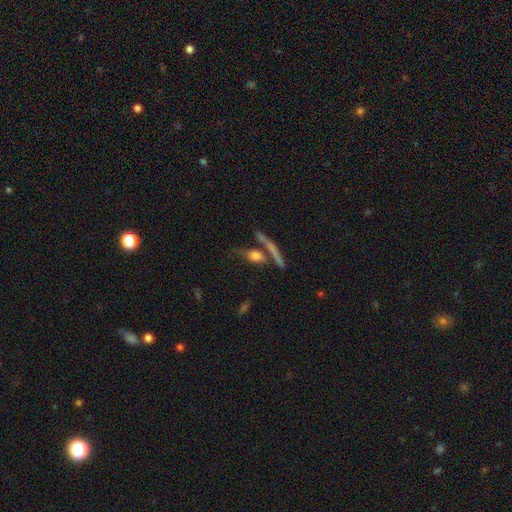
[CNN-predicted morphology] Smooth or featured? Predicted: smooth (p=0.62). How rounded? Predicted: in between (p=0.44). Merging? Predicted: none (p=0.51).